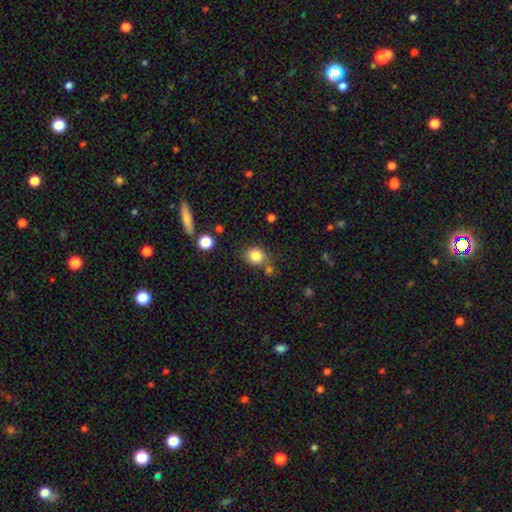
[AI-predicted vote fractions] Smooth or featured? Predicted: smooth (p=0.83). How rounded? Predicted: round (p=0.69). Merging? Predicted: none (p=0.72).